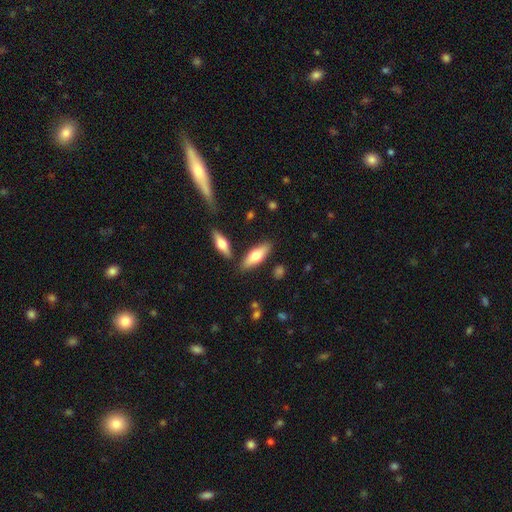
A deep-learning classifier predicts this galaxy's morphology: smooth 64%, featured or disk 31%, star or artifact 6%. Down the decision tree: how rounded — in between (59%); merging — none (81%).